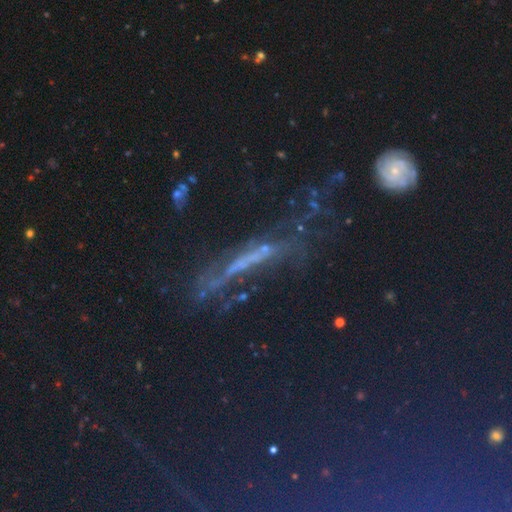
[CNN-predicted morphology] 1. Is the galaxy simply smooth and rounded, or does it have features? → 39% star or artifact, 37% featured or disk, 24% smooth.